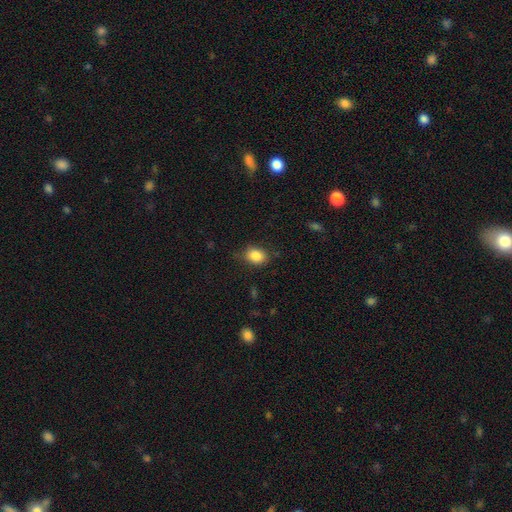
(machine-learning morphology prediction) This appears to be a smooth galaxy with no disk features (85%) that is in between round and cigar-shaped (60%). Merging: none (75%).